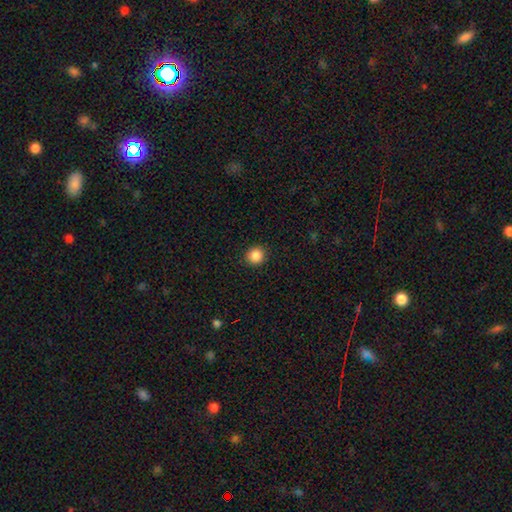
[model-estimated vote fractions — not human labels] A smooth galaxy with no disk features (88%) that is round (90%).

Vote fractions:
- Smooth or featured? smooth: 88% / star or artifact: 10% / featured or disk: 3%
- How rounded? round: 90% / in between: 9% / cigar-shaped: 1%
- Merging? none: 91% / minor disturbance: 6% / major disturbance: 2% / merger: 1%